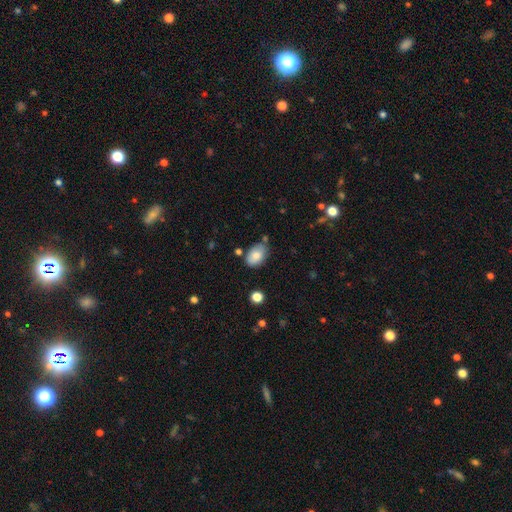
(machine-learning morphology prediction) This appears to be a smooth galaxy with no disk features (79%) that is in between round and cigar-shaped (87%). Merging: none (66%).